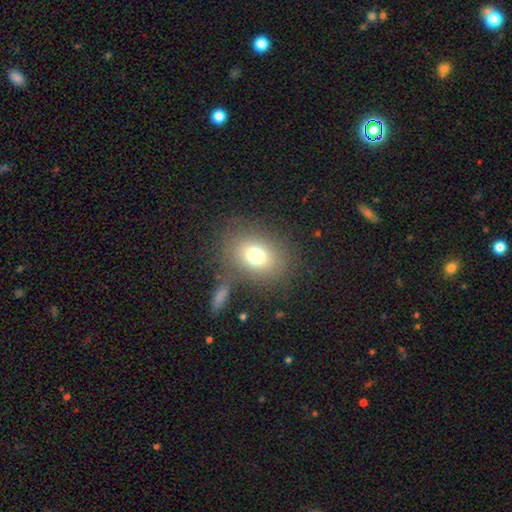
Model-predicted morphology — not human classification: This is likely a smooth galaxy (74%). How rounded: possibly in between (55%). Merging: likely none (72%).